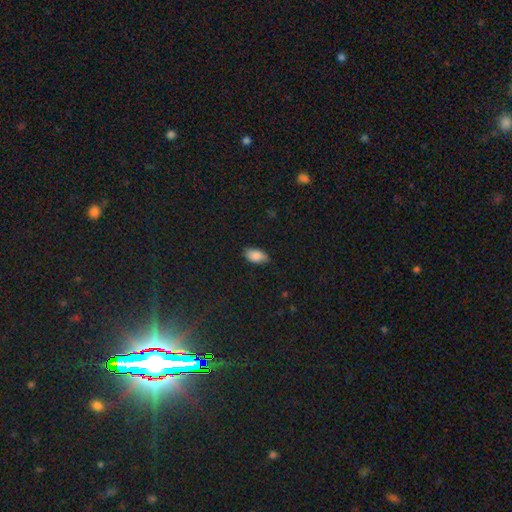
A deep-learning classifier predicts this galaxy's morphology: Smooth or featured? Predicted: smooth (p=0.86). How rounded? Predicted: in between (p=0.93). Merging? Predicted: none (p=0.75).